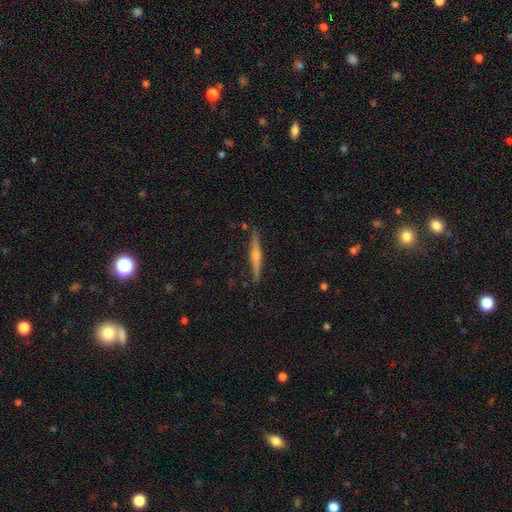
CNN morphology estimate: A featured or disk galaxy (72%) viewed edge-on (98%) with a rounded central bulge (85%). Merging: none (90%).